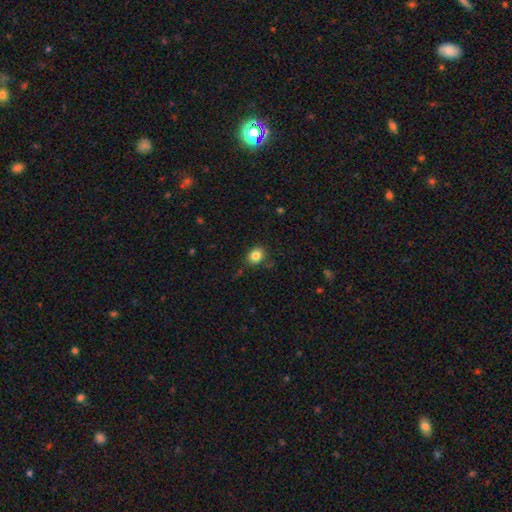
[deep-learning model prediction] smooth 84%, star or artifact 10%, featured or disk 6%. Down the decision tree: how rounded — in between (52%); merging — none (83%).